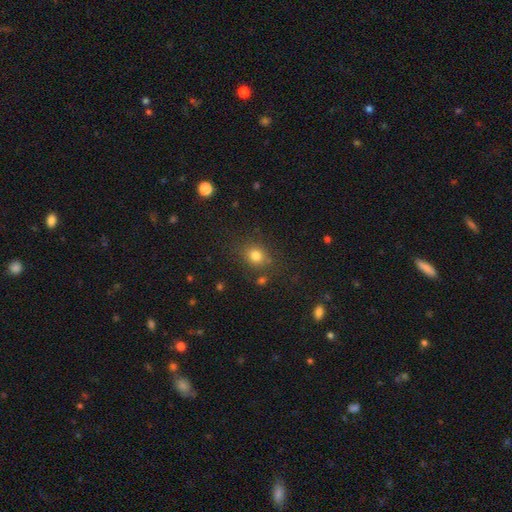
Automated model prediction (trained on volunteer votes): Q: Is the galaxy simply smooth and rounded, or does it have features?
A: smooth — 79%.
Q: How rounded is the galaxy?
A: round — 64%.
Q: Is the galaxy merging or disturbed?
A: none — 77%.